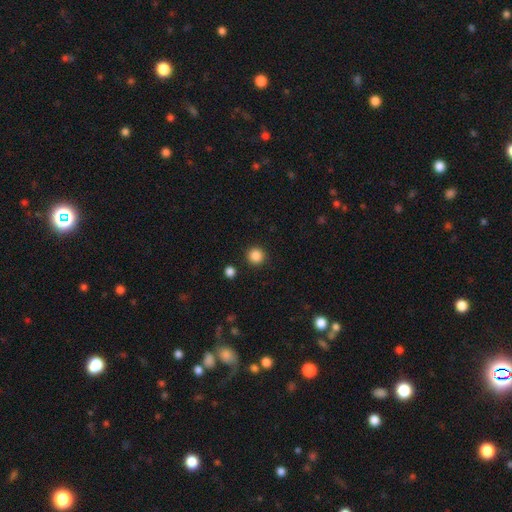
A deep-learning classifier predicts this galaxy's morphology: Overall: smooth (86%). How rounded: round (94%). Merging: none (91%).